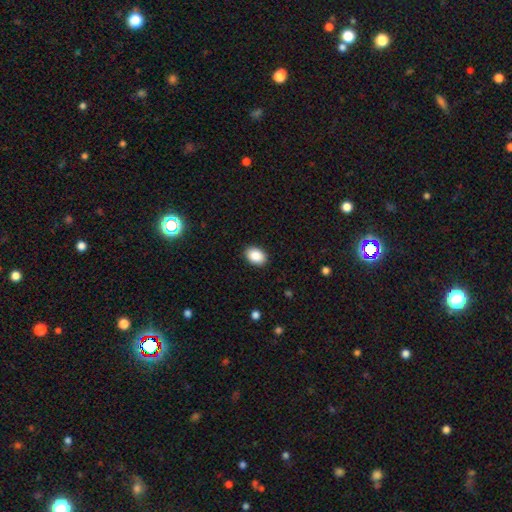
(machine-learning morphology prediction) type=smooth (88%); roundness=in between (79%); merging=none (90%).